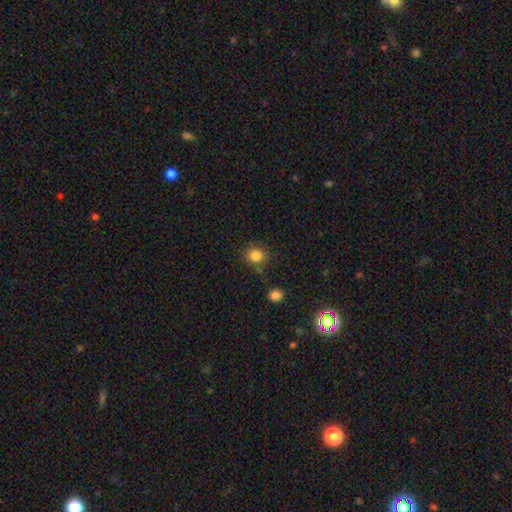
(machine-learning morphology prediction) type=smooth (83%); roundness=round (82%); merging=none (78%).